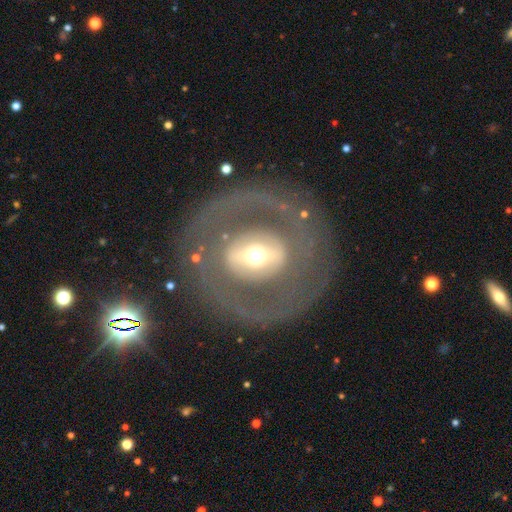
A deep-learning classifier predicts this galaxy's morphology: Smooth or featured?
  - featured or disk: 69% *
  - smooth: 24%
  - star or artifact: 7%
Edge-on disk?
  - no: 93% *
  - yes: 7%
Bar?
  - strong: 36% *
  - no: 34%
  - weak: 29%
Spiral arms?
  - no: 65% *
  - yes: 35%
Bulge size?
  - moderate: 57% *
  - small: 20%
  - large: 18%
  - dominant: 4%
  - none: 1%
Merging?
  - none: 76% *
  - major disturbance: 12%
  - minor disturbance: 10%
  - merger: 2%